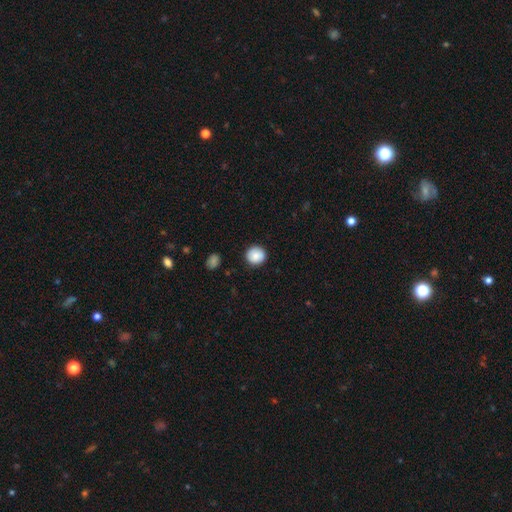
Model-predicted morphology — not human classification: smooth_or_featured: smooth (p=0.87) [alt: star or artifact p=0.08]
how_rounded: round (p=0.93) [alt: in between p=0.06]
merging: none (p=0.89) [alt: minor disturbance p=0.07]